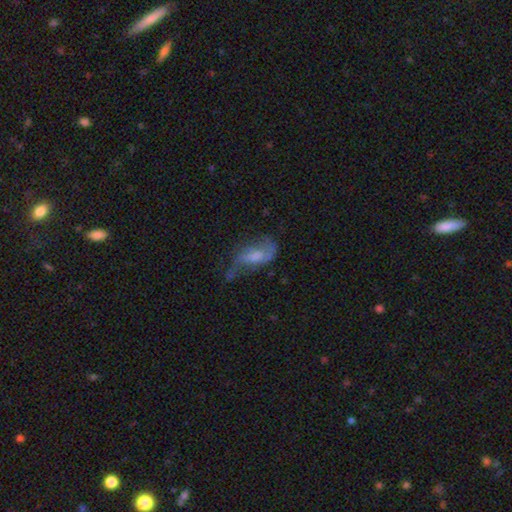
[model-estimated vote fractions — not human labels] A featured or disk galaxy (58%) with no bar (46%), spiral arms (76%) and a moderate central bulge (34%). Merging: none (36%).